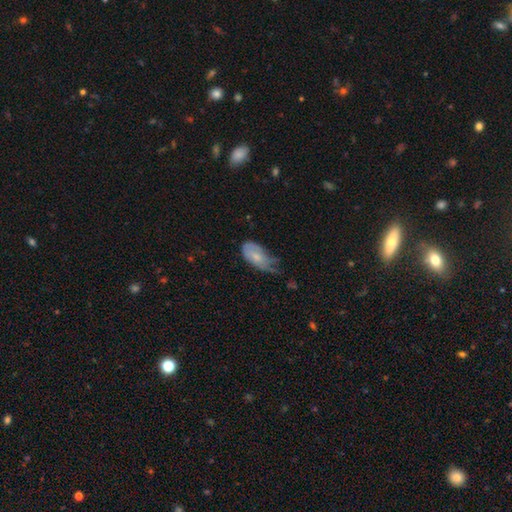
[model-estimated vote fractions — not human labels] Smooth or featured? smooth (65%)
How rounded? in between (92%)
Merging? minor disturbance (43%)